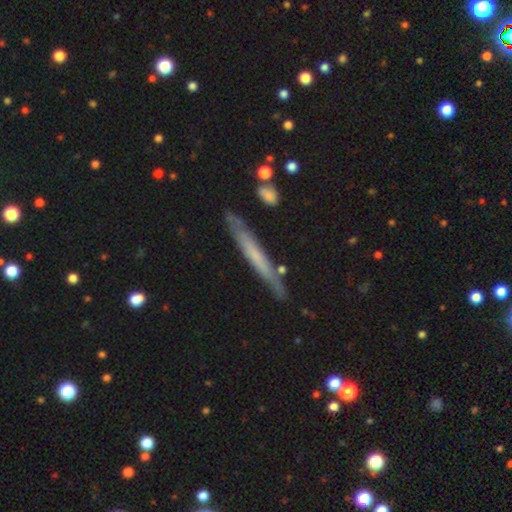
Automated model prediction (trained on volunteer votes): Q: Smooth or featured?
A: featured or disk (49%); runner-up: smooth (45%)
Q: Merging?
A: none (82%); runner-up: minor disturbance (13%)